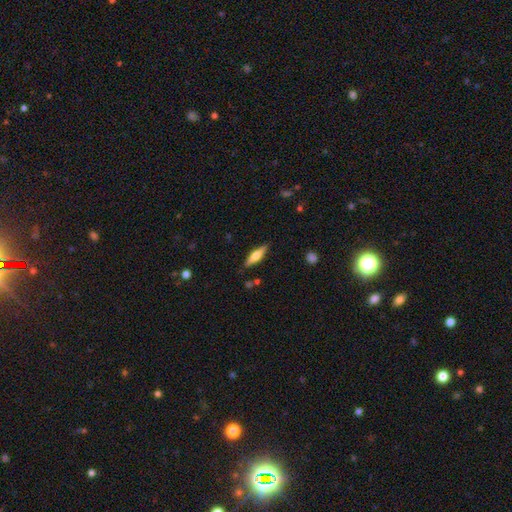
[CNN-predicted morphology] A featured or disk galaxy (51%) viewed edge-on (94%).

Vote fractions:
- Smooth or featured? featured or disk: 51% / smooth: 43% / star or artifact: 6%
- Edge-on disk? yes: 94% / no: 6%
- Merging? none: 86% / minor disturbance: 10% / major disturbance: 2% / merger: 2%